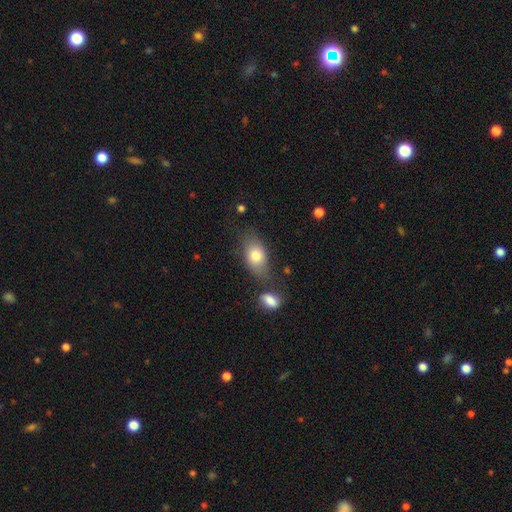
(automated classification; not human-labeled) Smooth or featured: smooth — 77% (featured or disk — 15%)
How rounded: in between — 84% (round — 13%)
Merging: none — 63% (minor disturbance — 19%)